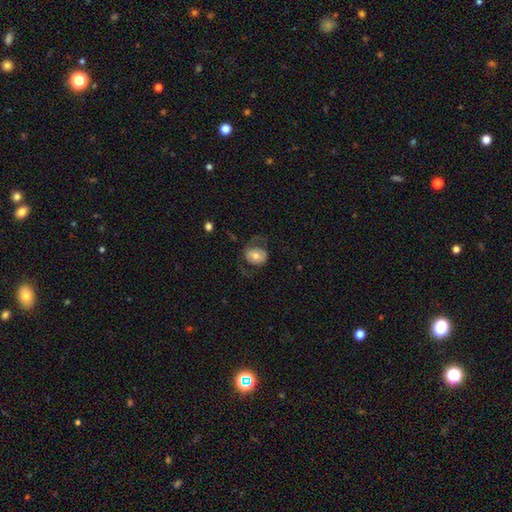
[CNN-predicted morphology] This appears to be a smooth galaxy with no disk features (55%) that is round (52%). Merging: none (57%).